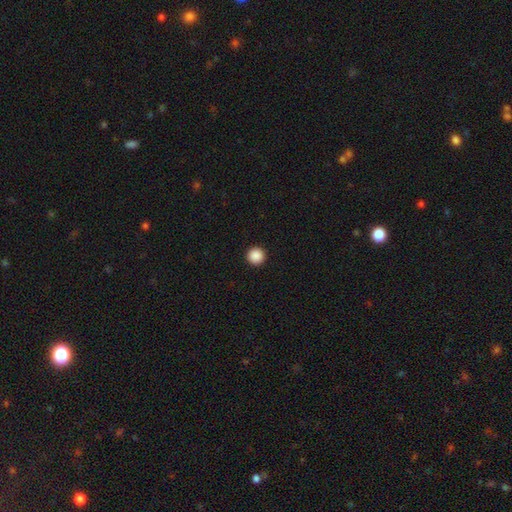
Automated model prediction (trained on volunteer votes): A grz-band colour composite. It shows a smooth galaxy with no disk features (89%) that is round (97%). Merging: none (94%).